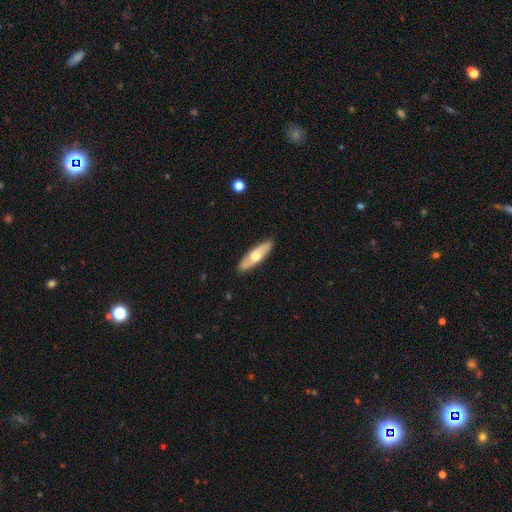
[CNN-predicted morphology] Smooth or featured: smooth — 51% (featured or disk — 43%)
How rounded: cigar-shaped — 56% (in between — 41%)
Merging: none — 88% (minor disturbance — 9%)